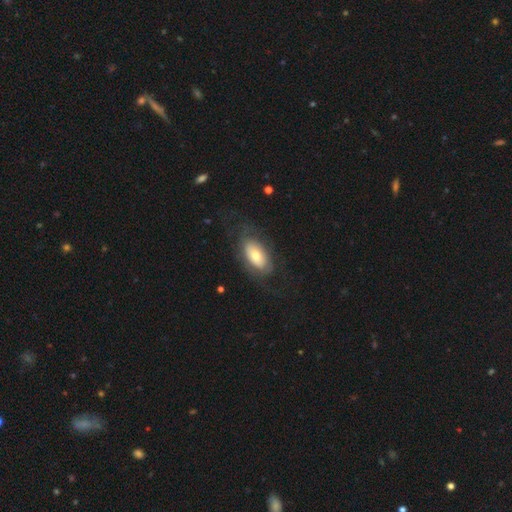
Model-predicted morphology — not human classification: Smooth or featured: smooth — 48% (featured or disk — 46%)
Merging: none — 67% (minor disturbance — 16%)